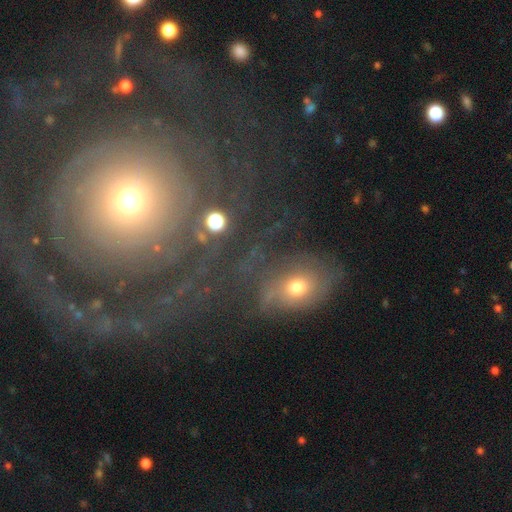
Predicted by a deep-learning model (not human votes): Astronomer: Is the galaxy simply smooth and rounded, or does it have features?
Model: featured or disk — 61%.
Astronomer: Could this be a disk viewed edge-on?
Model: no — 96%.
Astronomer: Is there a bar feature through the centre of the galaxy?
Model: no — 85%.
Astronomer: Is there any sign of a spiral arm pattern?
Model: yes — 62% (runner-up: no, 38%).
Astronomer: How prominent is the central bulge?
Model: small — 47% (runner-up: moderate, 42%).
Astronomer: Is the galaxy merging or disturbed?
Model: none — 58%.